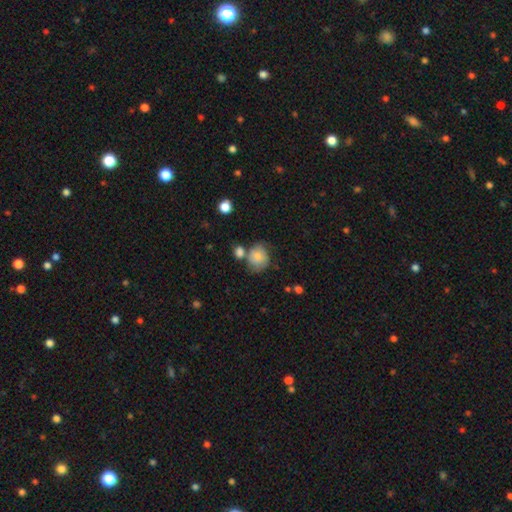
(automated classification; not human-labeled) A smooth galaxy with no disk features (77%) that is round (68%).

Vote fractions:
- Smooth or featured? smooth: 77% / featured or disk: 15% / star or artifact: 9%
- How rounded? round: 68% / in between: 31% / cigar-shaped: 1%
- Merging? none: 51% / merger: 21% / minor disturbance: 20% / major disturbance: 7%